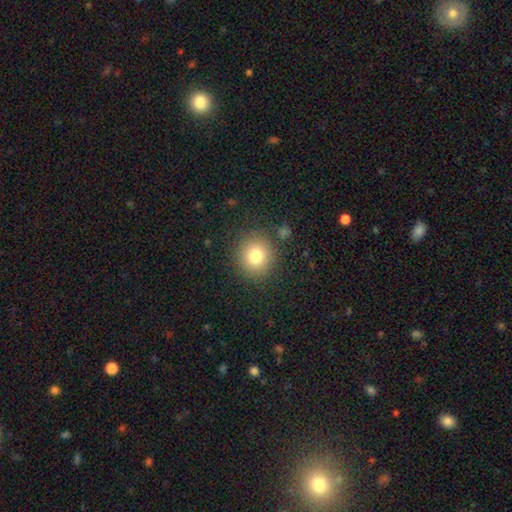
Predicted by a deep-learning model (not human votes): Overall: smooth (78%). How rounded: round (90%). Merging: none (87%).